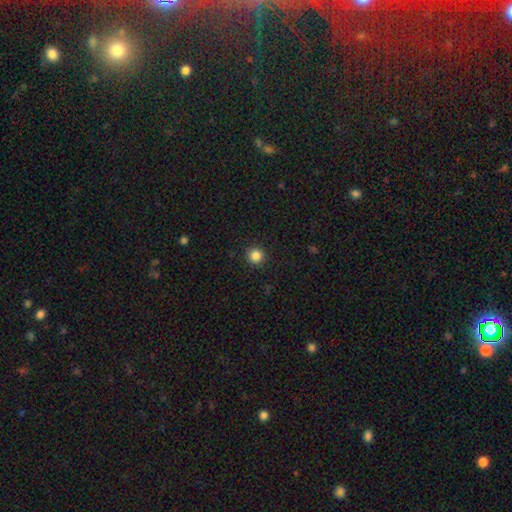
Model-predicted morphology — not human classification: A smooth galaxy with no disk features (85%) that is round (94%). Merging: none (92%).